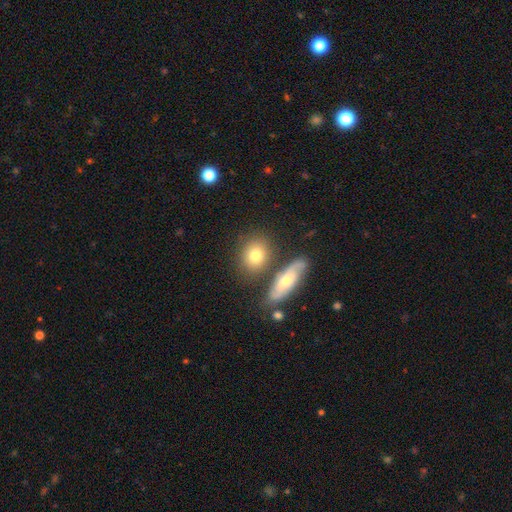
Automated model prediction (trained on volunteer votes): smooth-or-featured: smooth: 76% | featured or disk: 15% | star or artifact: 9%
  how-rounded: round: 56% | in between: 40% | cigar-shaped: 4%
  merging: none: 69% | merger: 15% | minor disturbance: 12% | major disturbance: 4%